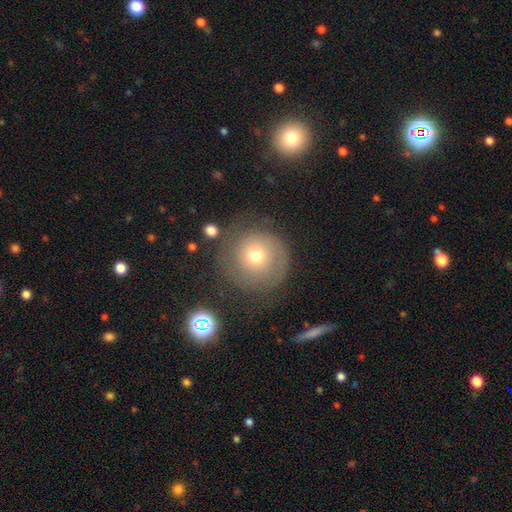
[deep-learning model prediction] Smooth or featured: smooth — 58% (featured or disk — 32%)
How rounded: round — 93% (in between — 6%)
Merging: none — 66% (minor disturbance — 18%)